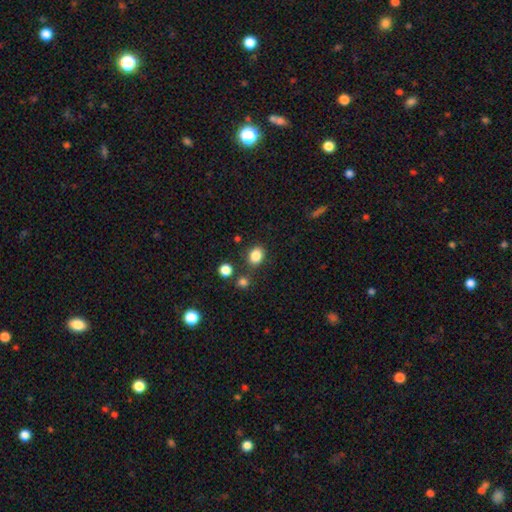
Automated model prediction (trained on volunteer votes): Smooth or featured?
  - smooth: 84% *
  - star or artifact: 11%
  - featured or disk: 5%
How rounded?
  - in between: 54% *
  - round: 45%
  - cigar-shaped: 1%
Merging?
  - none: 77% *
  - minor disturbance: 12%
  - merger: 8%
  - major disturbance: 3%